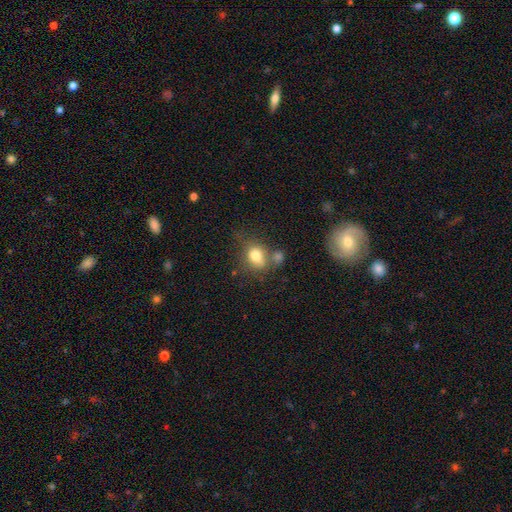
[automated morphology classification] smooth_or_featured: smooth (p=0.78) [alt: featured or disk p=0.12]
how_rounded: in between (p=0.54) [alt: round p=0.44]
merging: none (p=0.47) [alt: merger p=0.25]